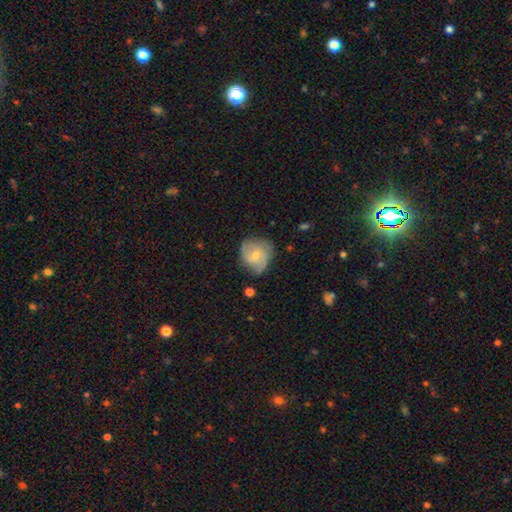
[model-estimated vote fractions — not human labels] This appears to be a featured or disk galaxy (61%) with no bar (64%), 2 (45%) medium (45%) spiral arms (88%) and a small central bulge (60%). Merging: none (64%).